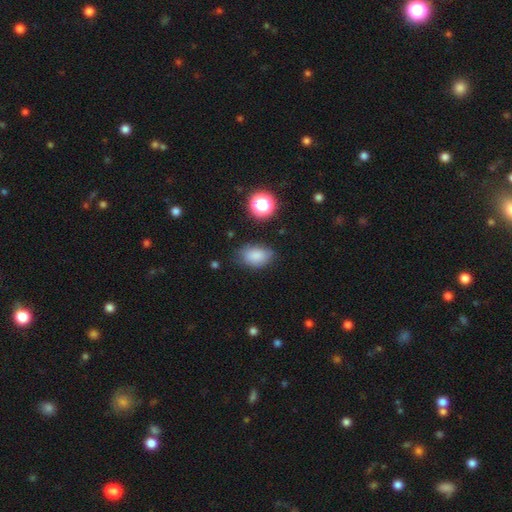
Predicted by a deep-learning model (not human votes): smooth 83%, star or artifact 10%, featured or disk 7%. Down the decision tree: how rounded — in between (84%); merging — none (73%).